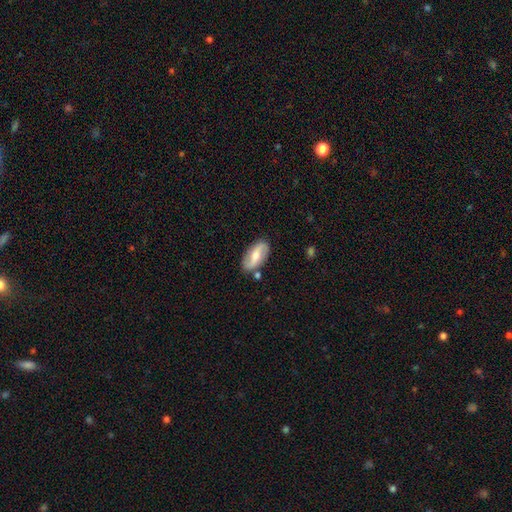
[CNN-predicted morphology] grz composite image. It shows a featured or disk galaxy (71%) with a weak bar (40%), 2 (92%) loose (62%) spiral arms (92%) and a moderate central bulge (61%). Merging: none (83%).